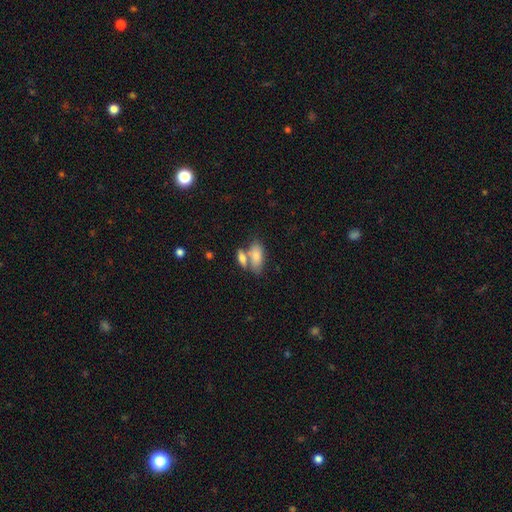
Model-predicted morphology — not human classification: type=smooth (79%); roundness=in between (86%); merging=merger (47%).